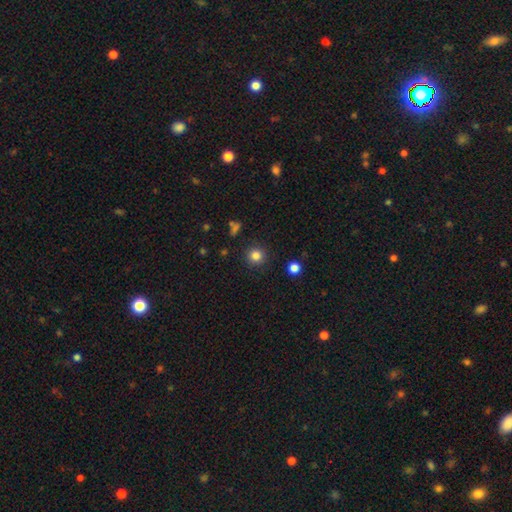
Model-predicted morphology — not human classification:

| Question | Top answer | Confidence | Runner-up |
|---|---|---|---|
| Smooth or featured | smooth | 83% | star or artifact (12%) |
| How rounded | round | 93% | in between (6%) |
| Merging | none | 90% | minor disturbance (6%) |